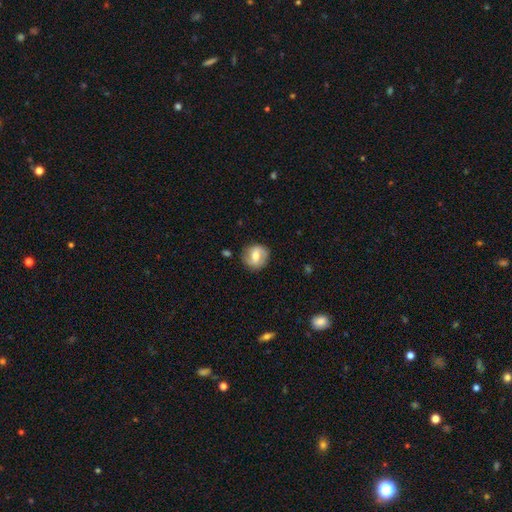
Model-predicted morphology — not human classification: A featured or disk galaxy (47%). Merging: none (80%).